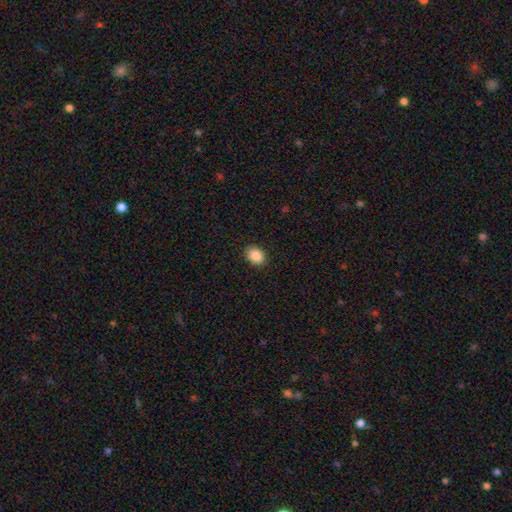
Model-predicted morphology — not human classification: Overall: smooth (89%). How rounded: in between (58%; round 42%). Merging: none (90%).